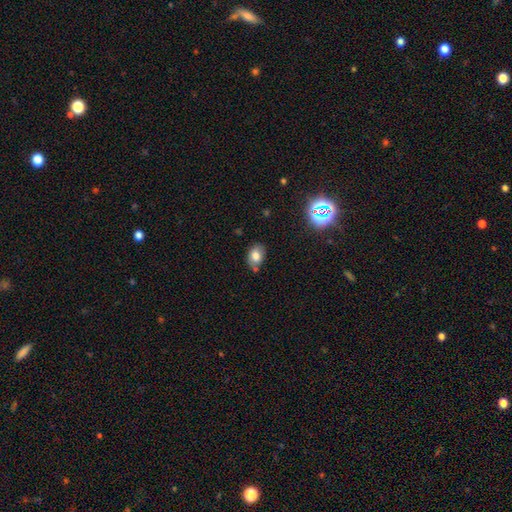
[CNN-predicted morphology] A smooth galaxy with no disk features (75%) that is in between round and cigar-shaped (79%). Merging: none (65%).